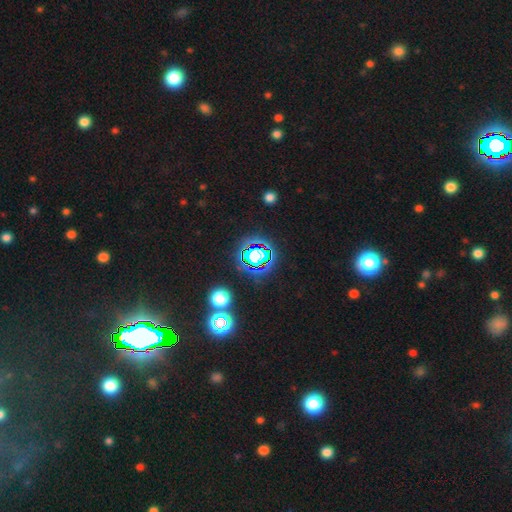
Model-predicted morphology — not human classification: smooth-or-featured: star or artifact: 78% | smooth: 13% | featured or disk: 9%